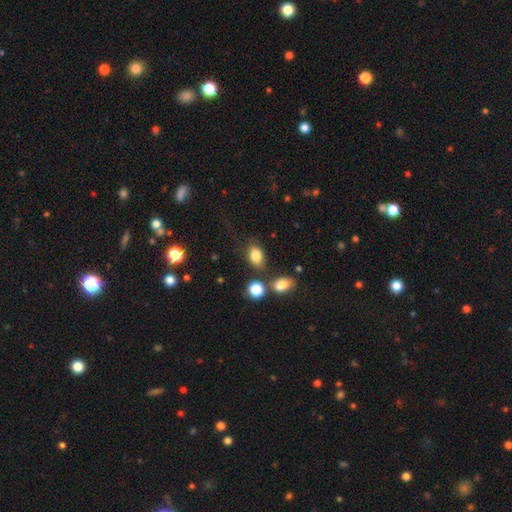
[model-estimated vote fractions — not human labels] Smooth or featured? smooth (82%)
How rounded? in between (82%)
Merging? none (69%)